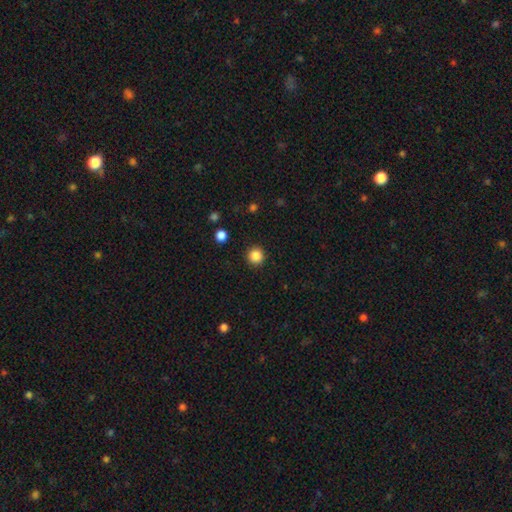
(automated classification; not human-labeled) Smooth or featured: smooth — 86% (star or artifact — 11%)
How rounded: round — 95% (in between — 4%)
Merging: none — 92% (minor disturbance — 5%)